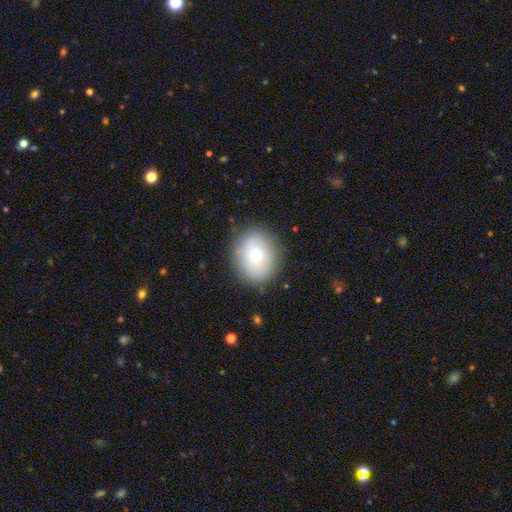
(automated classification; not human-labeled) Smooth or featured? Predicted: smooth (p=0.69). How rounded? Predicted: round (p=0.65). Merging? Predicted: none (p=0.84).